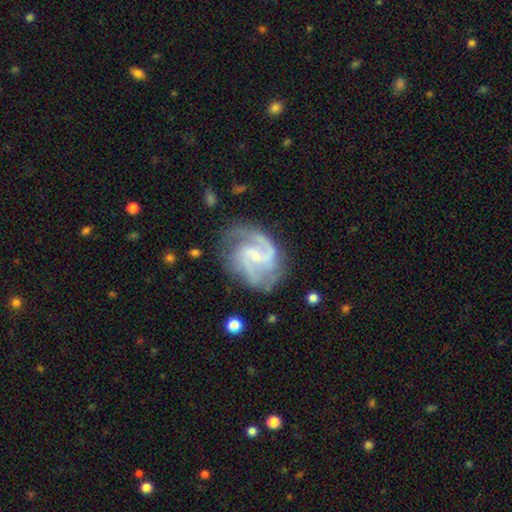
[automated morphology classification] A featured or disk galaxy (89%) with a weak bar (49%), 2 (65%) medium (55%) spiral arms (97%) and a small central bulge (72%). Merging: none (69%).